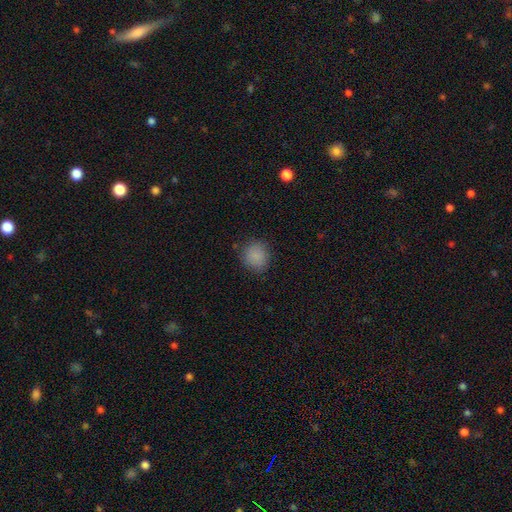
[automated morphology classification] The model was most divided on "how rounded": round: 82%, in between: 17%, cigar-shaped: 1%. More confident: smooth or featured — smooth (86%); merging — none (85%).